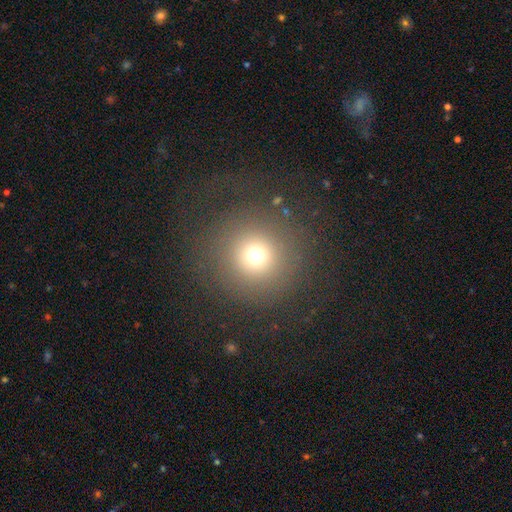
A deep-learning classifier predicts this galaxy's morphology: This appears to be a smooth galaxy with no disk features (70%) that is round (95%). Merging: none (83%).